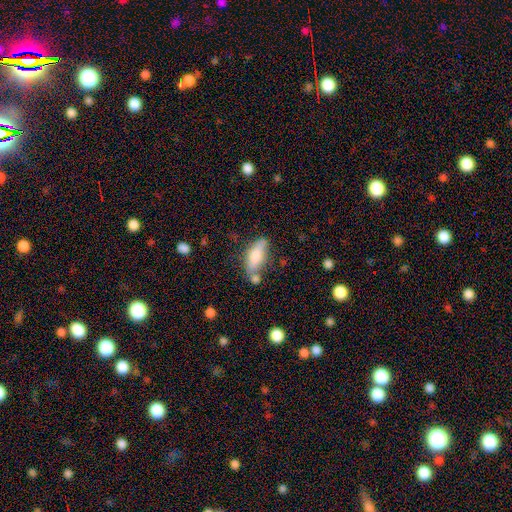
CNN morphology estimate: Smooth or featured: smooth — 74% (featured or disk — 20%)
How rounded: in between — 69% (cigar-shaped — 28%)
Merging: none — 51% (minor disturbance — 22%)